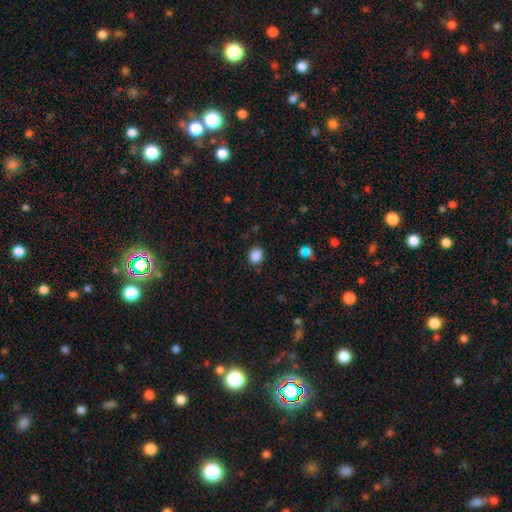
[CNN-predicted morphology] smooth_or_featured: smooth (p=0.86) [alt: star or artifact p=0.10]
how_rounded: round (p=0.54) [alt: in between p=0.45]
merging: none (p=0.84) [alt: minor disturbance p=0.12]